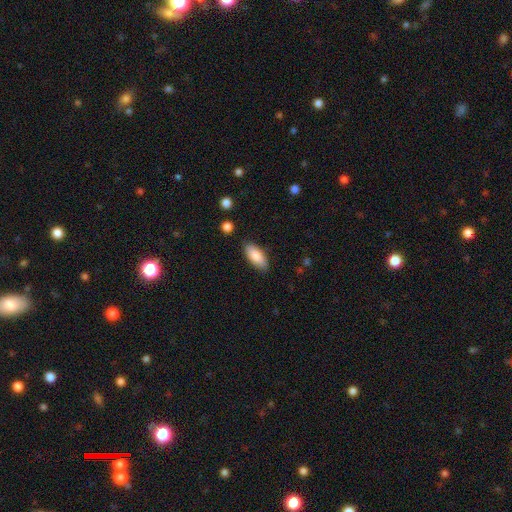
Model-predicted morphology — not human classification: Smooth or featured: smooth — 85% (featured or disk — 8%)
How rounded: in between — 85% (cigar-shaped — 13%)
Merging: none — 86% (minor disturbance — 10%)